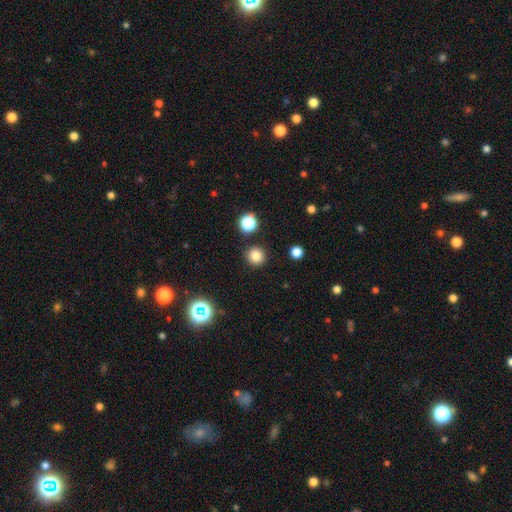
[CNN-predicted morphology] smooth_or_featured: smooth (p=0.82) [alt: star or artifact p=0.14]
how_rounded: round (p=0.94) [alt: in between p=0.05]
merging: none (p=0.90) [alt: minor disturbance p=0.06]